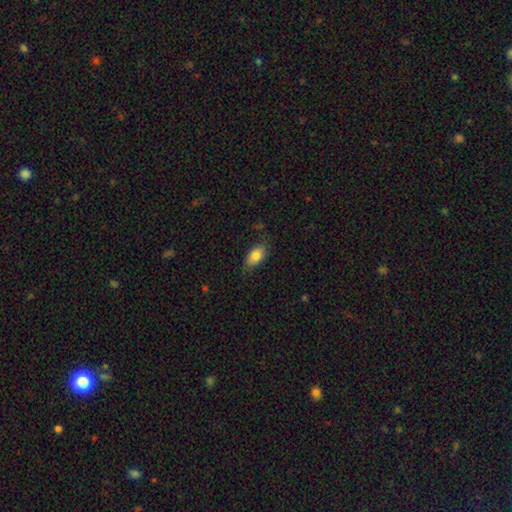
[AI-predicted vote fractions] Q: Smooth or featured?
A: smooth (82%); runner-up: featured or disk (11%)
Q: How rounded?
A: in between (91%); runner-up: round (5%)
Q: Merging?
A: none (76%); runner-up: minor disturbance (19%)